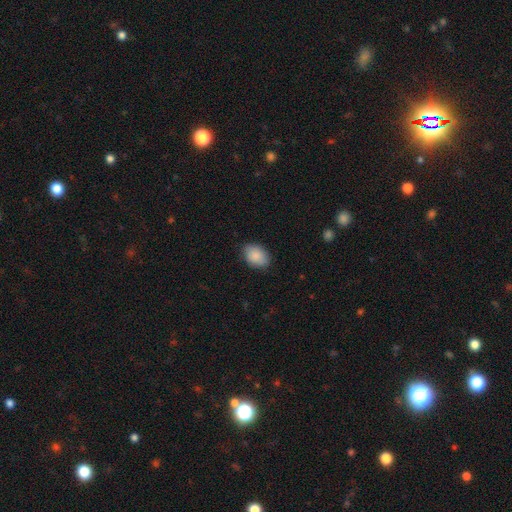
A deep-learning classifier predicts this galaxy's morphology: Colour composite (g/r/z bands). It shows a smooth galaxy with no disk features (89%) that is in between round and cigar-shaped (83%). Merging: none (84%).